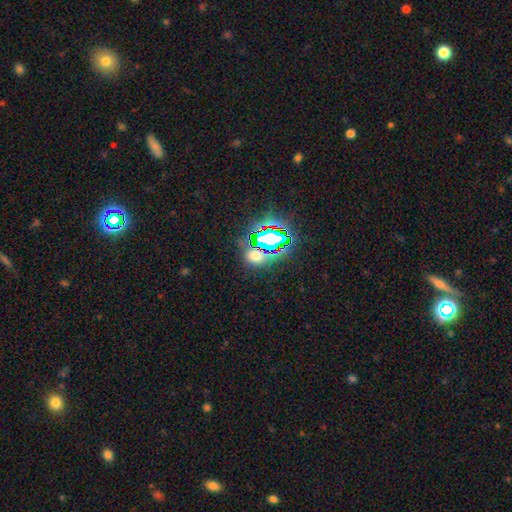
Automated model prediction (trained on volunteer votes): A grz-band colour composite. It shows a star or artifact, not a galaxy (54%).